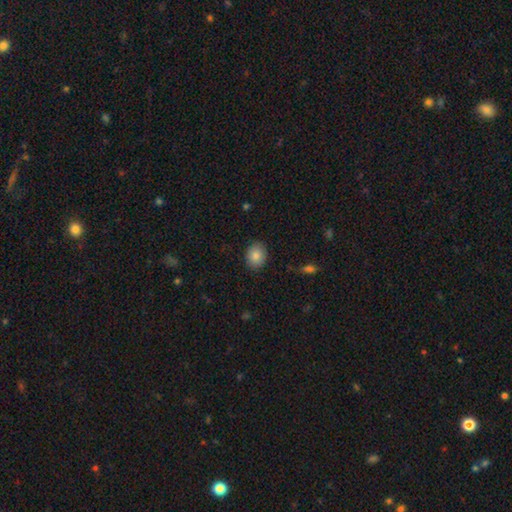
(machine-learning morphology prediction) The model was most divided on "how rounded": in between: 50%, round: 49%, cigar-shaped: 1%. More confident: merging — none (87%); smooth or featured — smooth (85%).